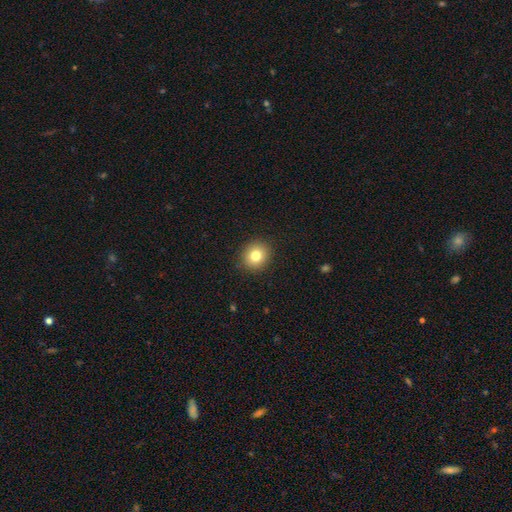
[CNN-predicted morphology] Q: Smooth or featured?
A: smooth (80%); runner-up: star or artifact (11%)
Q: How rounded?
A: round (82%); runner-up: in between (18%)
Q: Merging?
A: none (90%); runner-up: minor disturbance (7%)